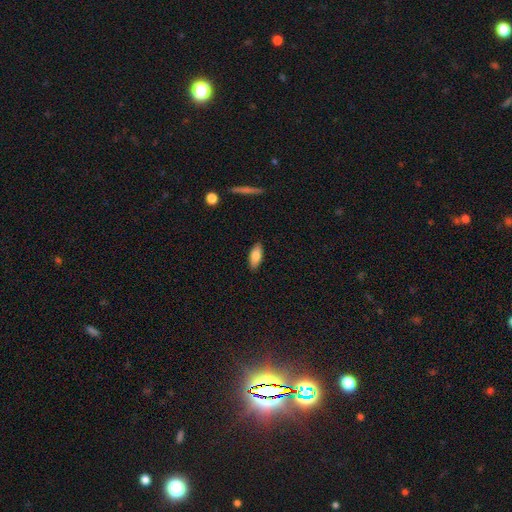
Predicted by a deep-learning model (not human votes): Smooth or featured? smooth (83%)
How rounded? in between (80%)
Merging? none (88%)